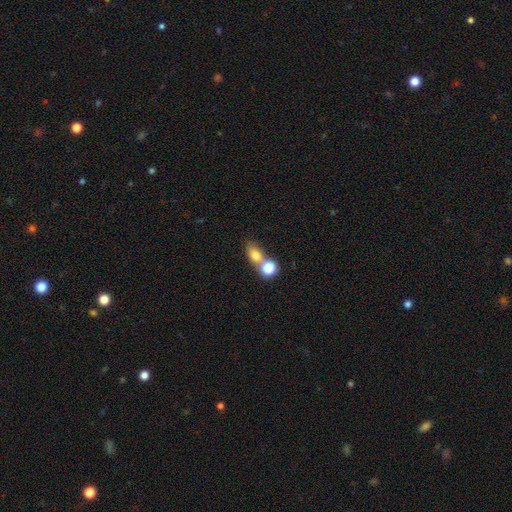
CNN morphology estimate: smooth 75%, featured or disk 13%, star or artifact 13%. Down the decision tree: how rounded — in between (58%); merging — merger (50%).